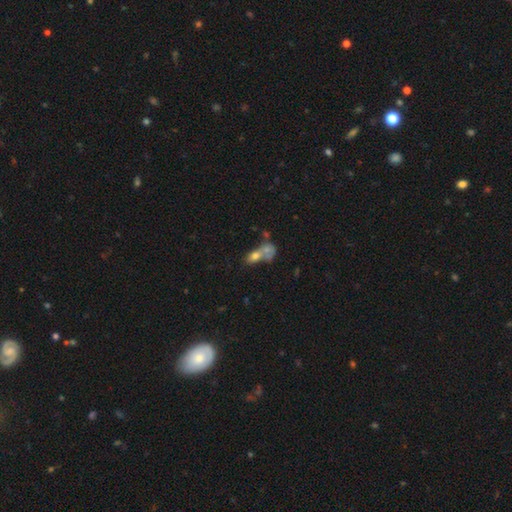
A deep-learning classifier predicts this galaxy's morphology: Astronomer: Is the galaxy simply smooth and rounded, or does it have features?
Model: smooth — 64%.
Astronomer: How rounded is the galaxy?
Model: in between — 68%.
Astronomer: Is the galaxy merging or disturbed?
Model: merger — 66%.